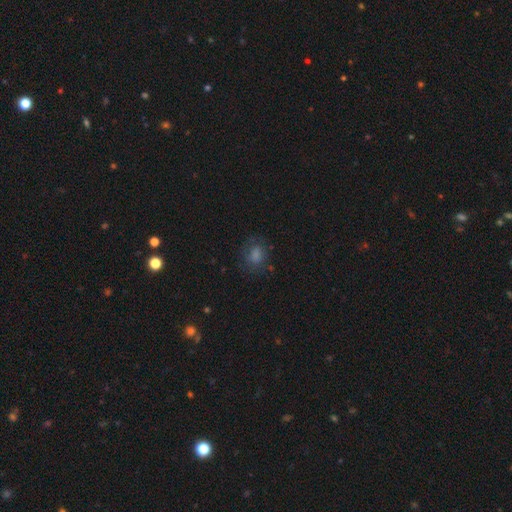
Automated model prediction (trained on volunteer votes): Smooth or featured? Predicted: smooth (p=0.59). How rounded? Predicted: round (p=0.56). Merging? Predicted: none (p=0.73).